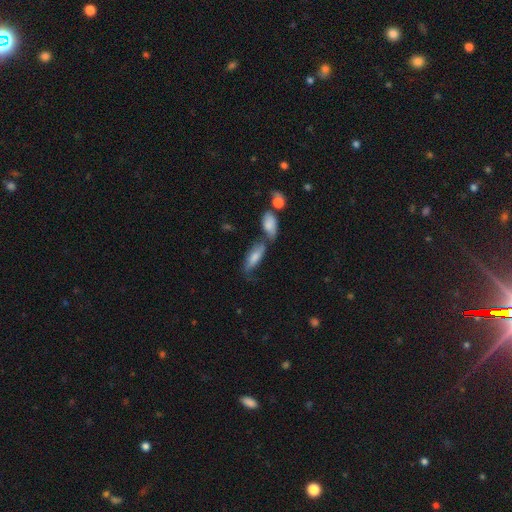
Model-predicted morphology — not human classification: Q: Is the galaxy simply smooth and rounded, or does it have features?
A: smooth — 65%.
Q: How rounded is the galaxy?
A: in between — 65%.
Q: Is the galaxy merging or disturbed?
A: none — 41%.